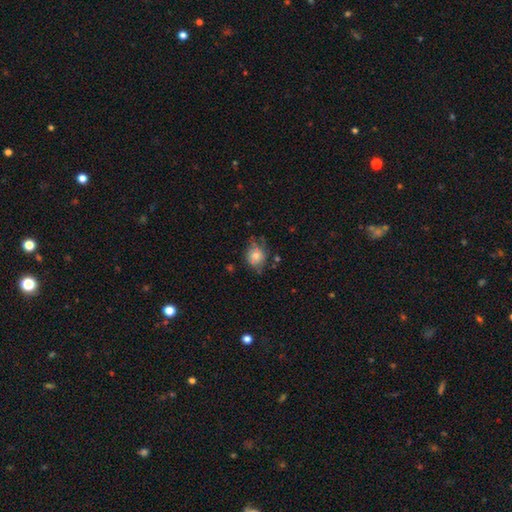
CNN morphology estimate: type=smooth (71%); roundness=round (54%); merging=none (53%).